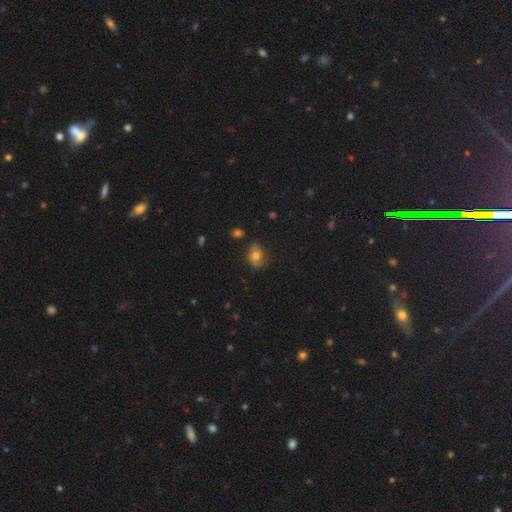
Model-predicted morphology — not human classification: smooth 67%, featured or disk 23%, star or artifact 11%. Down the decision tree: how rounded — in between (72%); merging — none (62%).